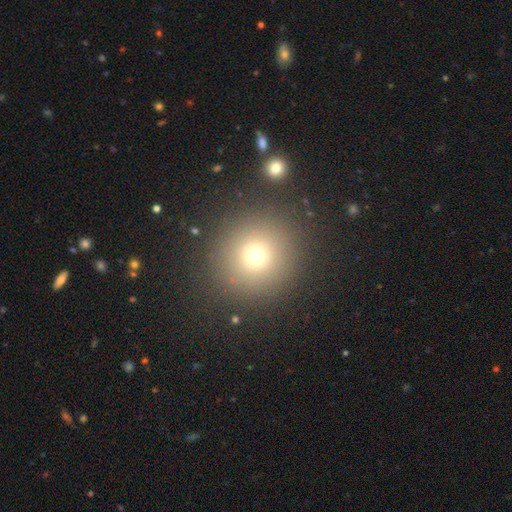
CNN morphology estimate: smooth-or-featured: smooth: 71% | star or artifact: 19% | featured or disk: 10%
  how-rounded: round: 94% | in between: 5% | cigar-shaped: 1%
  merging: none: 89% | minor disturbance: 6% | major disturbance: 3% | merger: 2%